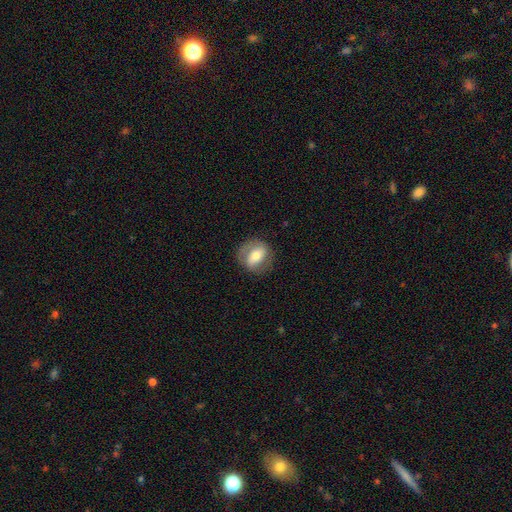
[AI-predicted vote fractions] Morphology: type=smooth (47%); merging=none (79%).